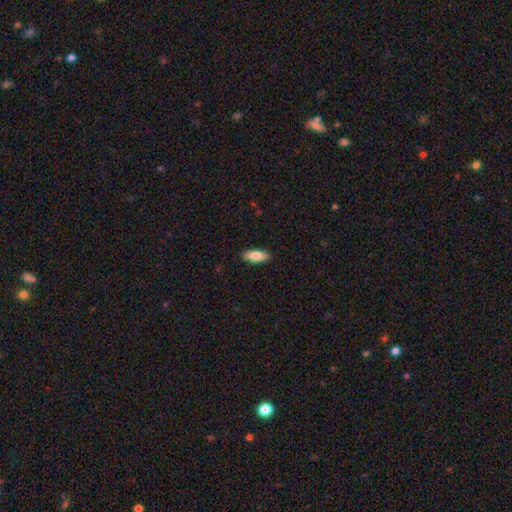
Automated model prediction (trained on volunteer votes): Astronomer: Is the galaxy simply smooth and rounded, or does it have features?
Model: smooth — 83%.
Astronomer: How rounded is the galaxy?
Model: in between — 75%.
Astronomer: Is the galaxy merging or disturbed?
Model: none — 90%.